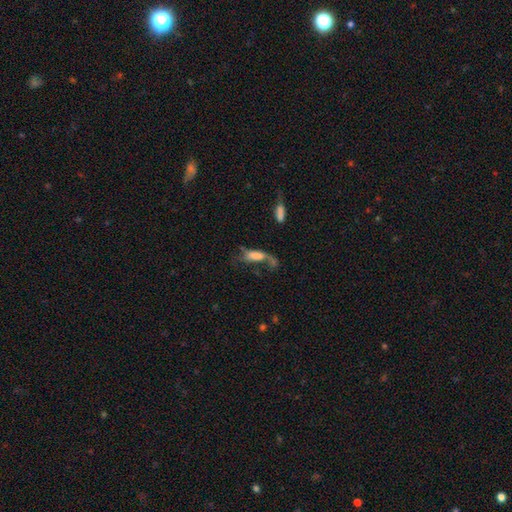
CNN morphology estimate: smooth 53%, featured or disk 36%, star or artifact 11%. Down the decision tree: how rounded — in between (65%); merging — major disturbance (43%).